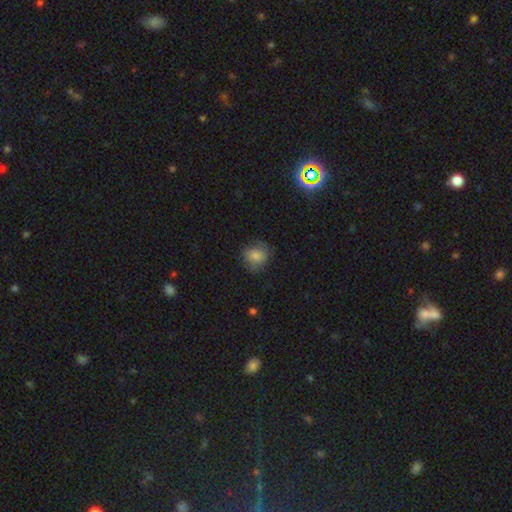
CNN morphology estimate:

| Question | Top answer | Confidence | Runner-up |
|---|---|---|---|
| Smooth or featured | smooth | 74% | featured or disk (14%) |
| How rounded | round | 73% | in between (26%) |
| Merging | none | 71% | minor disturbance (21%) |